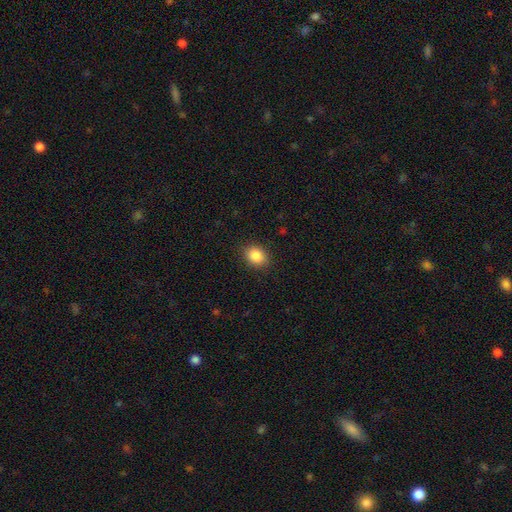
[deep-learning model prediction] Smooth or featured?
  - smooth: 87% *
  - star or artifact: 9%
  - featured or disk: 4%
How rounded?
  - in between: 51% *
  - round: 48%
  - cigar-shaped: 1%
Merging?
  - none: 87% *
  - minor disturbance: 9%
  - major disturbance: 3%
  - merger: 1%